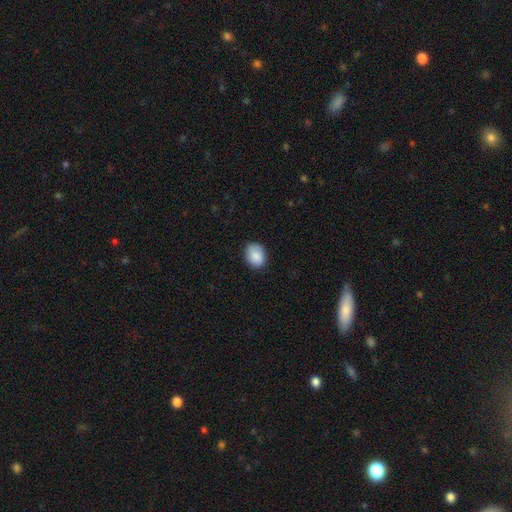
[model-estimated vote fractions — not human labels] Smooth or featured?
  - smooth: 87% *
  - star or artifact: 7%
  - featured or disk: 6%
How rounded?
  - in between: 62% *
  - round: 37%
  - cigar-shaped: 1%
Merging?
  - none: 82% *
  - minor disturbance: 15%
  - major disturbance: 3%
  - merger: 1%